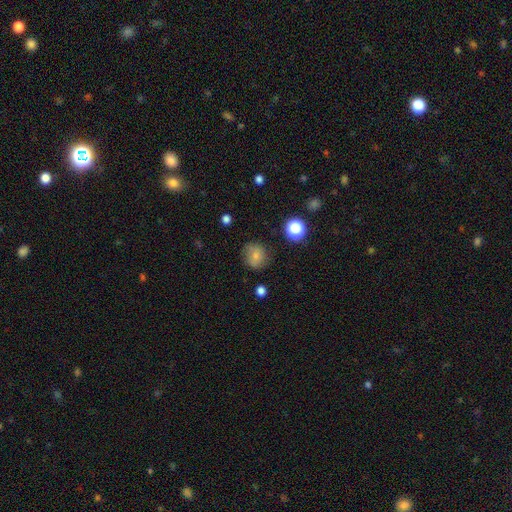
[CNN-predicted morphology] Q: Smooth or featured?
A: smooth (74%); runner-up: star or artifact (13%)
Q: How rounded?
A: round (81%); runner-up: in between (18%)
Q: Merging?
A: none (74%); runner-up: minor disturbance (18%)